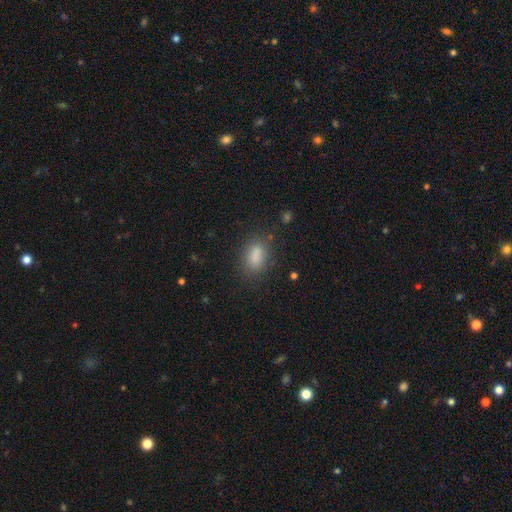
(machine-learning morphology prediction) The model was most divided on "merging": none: 77%, minor disturbance: 15%, major disturbance: 5%, merger: 3%. More confident: how rounded — in between (85%); smooth or featured — smooth (84%).